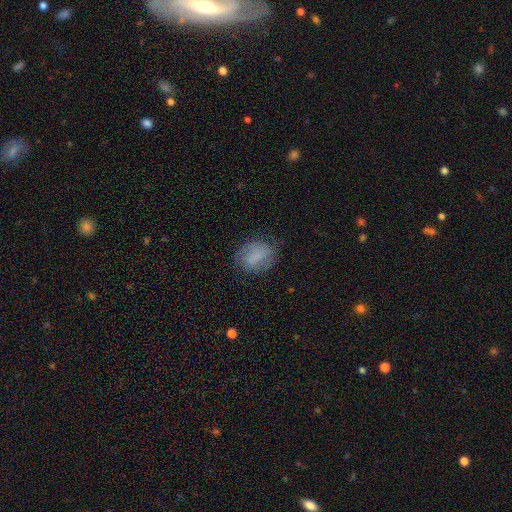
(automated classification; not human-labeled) Smooth or featured: smooth — 57% (featured or disk — 34%)
How rounded: in between — 64% (round — 34%)
Merging: none — 67% (minor disturbance — 22%)